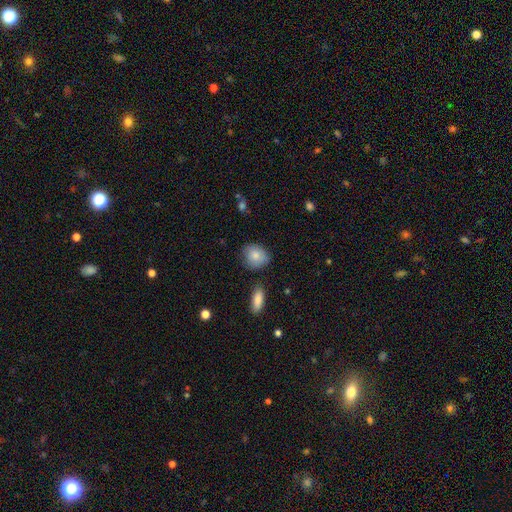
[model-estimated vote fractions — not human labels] Smooth or featured? smooth (83%)
How rounded? round (57%)
Merging? none (75%)